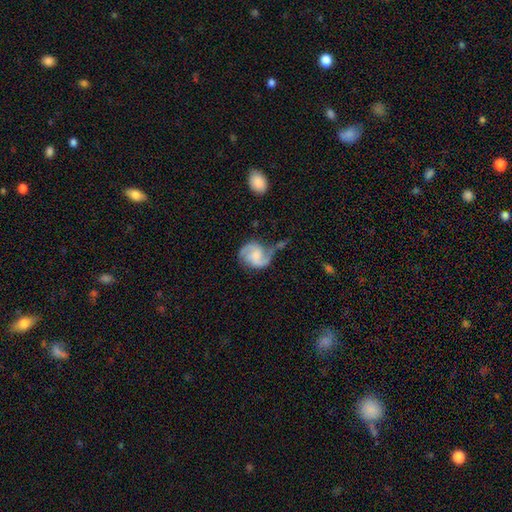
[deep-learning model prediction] Smooth or featured? Predicted: featured or disk (p=0.79). Edge-on disk? Predicted: no (p=0.98). Bar? Predicted: no (p=0.46). Spiral arms? Predicted: yes (p=0.95). Spiral winding? Predicted: medium (p=0.49). Spiral arm count? Predicted: 2 (p=0.87). Bulge size? Predicted: none (p=0.31). Merging? Predicted: none (p=0.47).